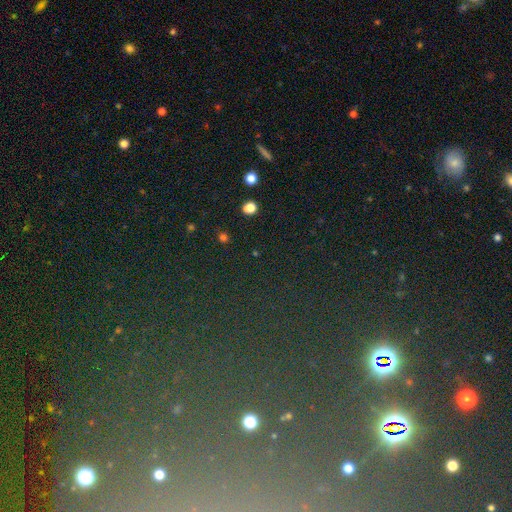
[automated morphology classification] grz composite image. It shows a star or artifact, not a galaxy (73%).